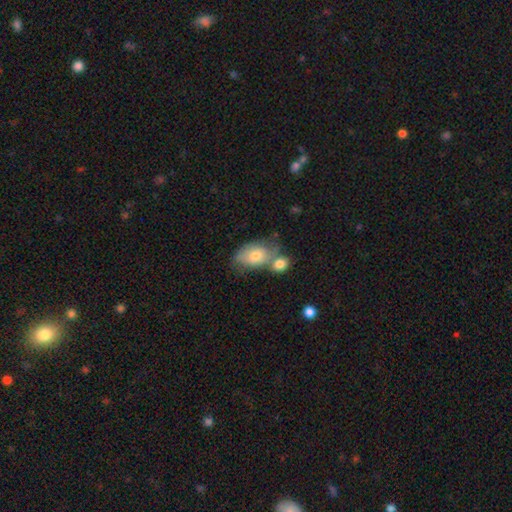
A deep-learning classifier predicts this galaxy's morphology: Smooth or featured? Predicted: smooth (p=0.71). How rounded? Predicted: in between (p=0.84). Merging? Predicted: merger (p=0.43).